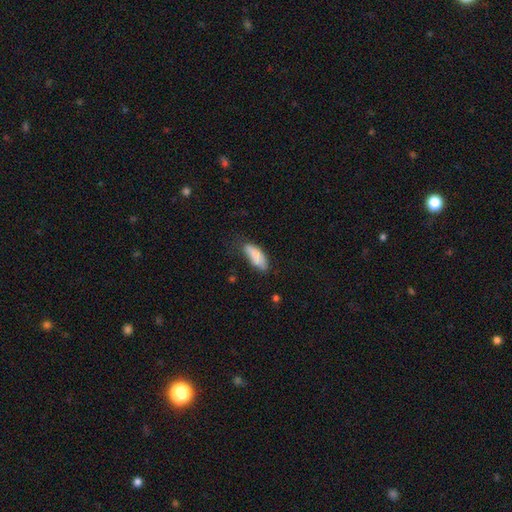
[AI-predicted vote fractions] Overall: smooth (84%). How rounded: in between (76%). Merging: none (59%; minor disturbance 30%).